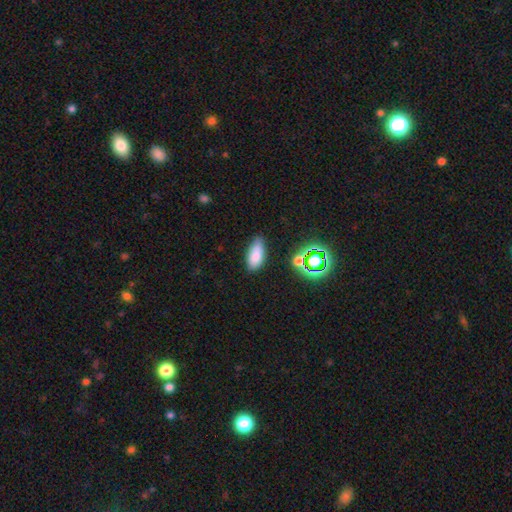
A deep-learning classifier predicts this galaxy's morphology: A smooth galaxy with no disk features (80%) that is in between round and cigar-shaped (85%). Merging: none (73%).